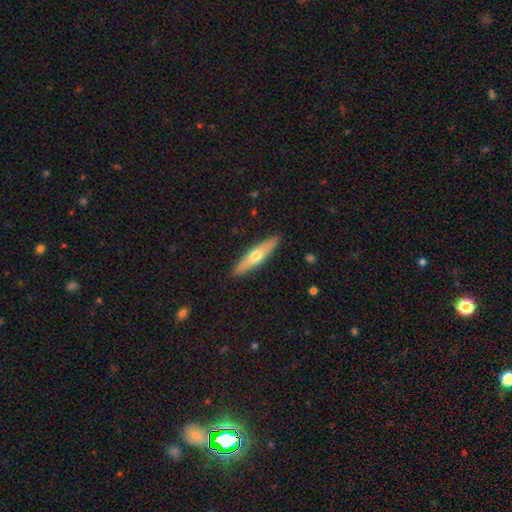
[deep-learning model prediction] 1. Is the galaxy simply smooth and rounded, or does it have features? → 48% smooth, 46% featured or disk, 6% star or artifact.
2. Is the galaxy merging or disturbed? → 91% none, 7% minor disturbance, 1% major disturbance, 1% merger.